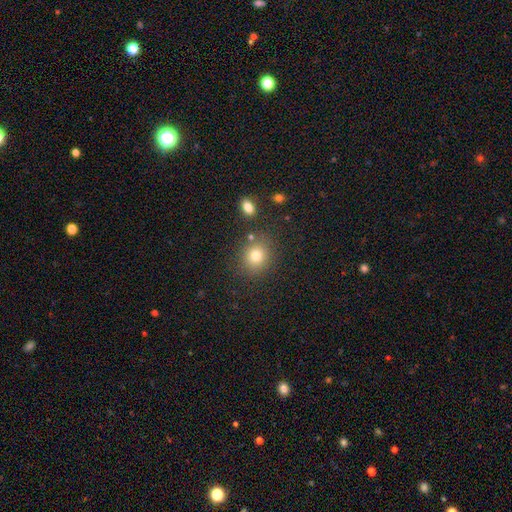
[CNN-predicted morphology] A smooth galaxy with no disk features (78%) that is round (76%). Merging: none (80%).